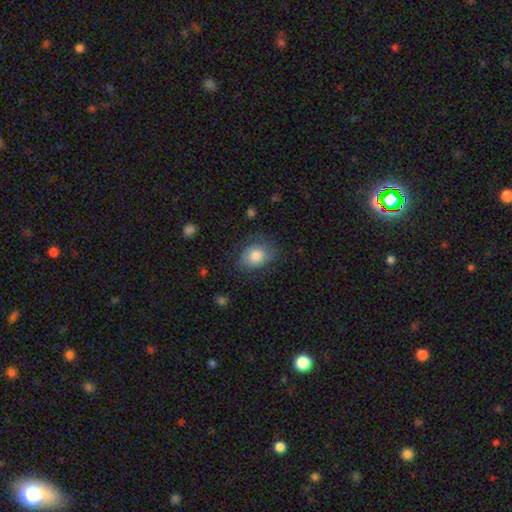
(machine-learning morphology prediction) Smooth or featured: smooth — 69% (featured or disk — 23%)
How rounded: in between — 55% (round — 44%)
Merging: none — 63% (minor disturbance — 24%)